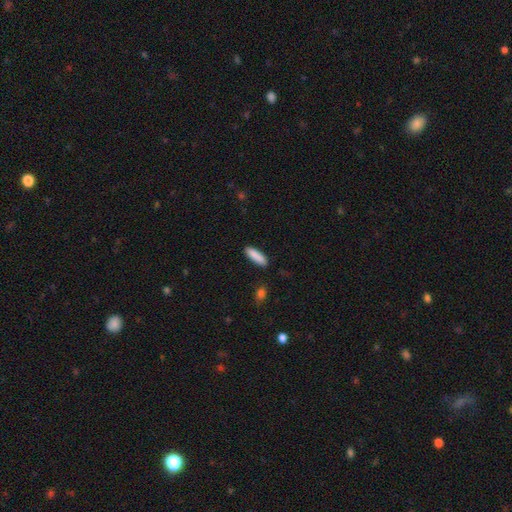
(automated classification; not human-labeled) Overall: smooth (88%). How rounded: cigar-shaped (64%; in between 35%). Merging: none (88%).